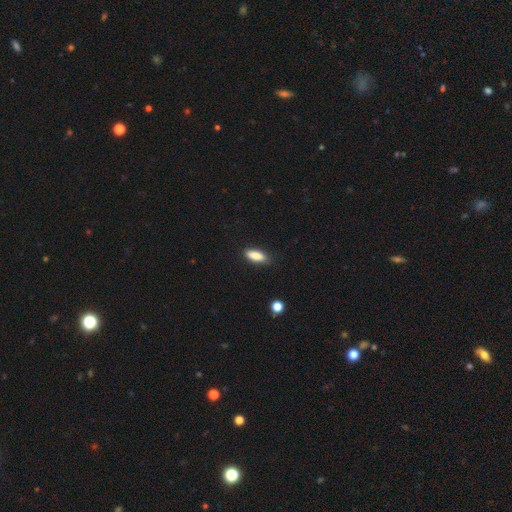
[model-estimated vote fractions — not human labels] This appears to be a smooth galaxy with no disk features (85%) that is in between round and cigar-shaped (71%). Merging: none (82%).